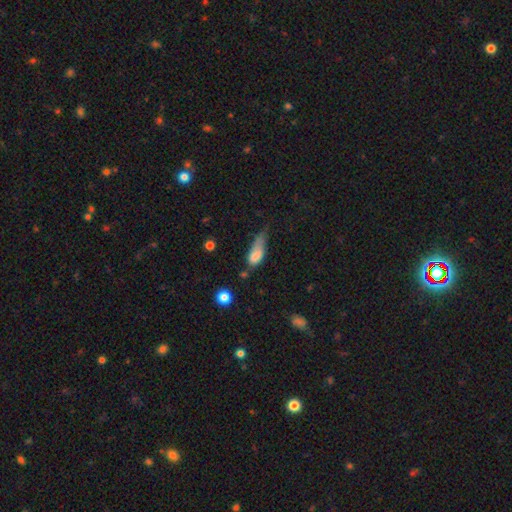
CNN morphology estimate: Smooth or featured: smooth — 74% (featured or disk — 16%)
How rounded: in between — 78% (cigar-shaped — 17%)
Merging: major disturbance — 38% (minor disturbance — 36%)